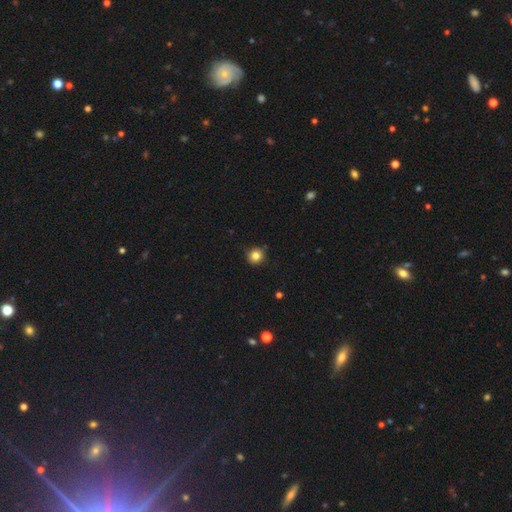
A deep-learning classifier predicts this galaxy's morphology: Smooth or featured? smooth (83%)
How rounded? round (93%)
Merging? none (89%)